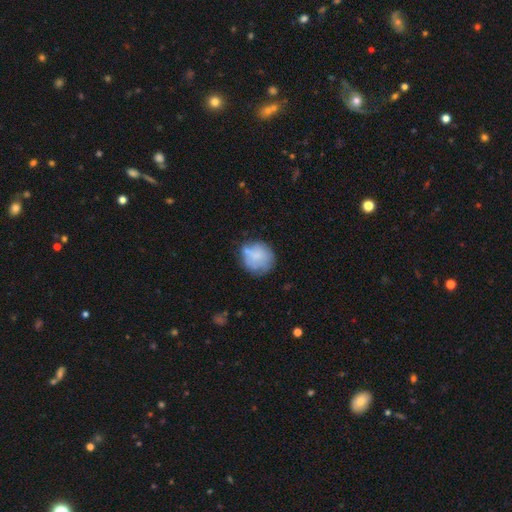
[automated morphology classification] A smooth galaxy with no disk features (70%) that is round (84%).

Vote fractions:
- Smooth or featured? smooth: 70% / featured or disk: 22% / star or artifact: 8%
- How rounded? round: 84% / in between: 15% / cigar-shaped: 1%
- Merging? none: 57% / minor disturbance: 25% / major disturbance: 11% / merger: 7%